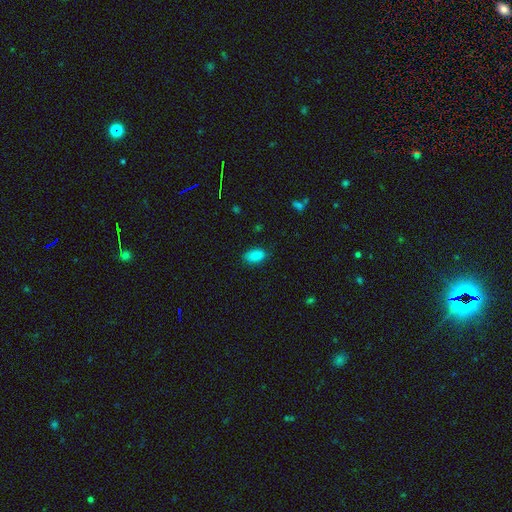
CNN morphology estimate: Smooth or featured? smooth (88%)
How rounded? in between (92%)
Merging? none (83%)